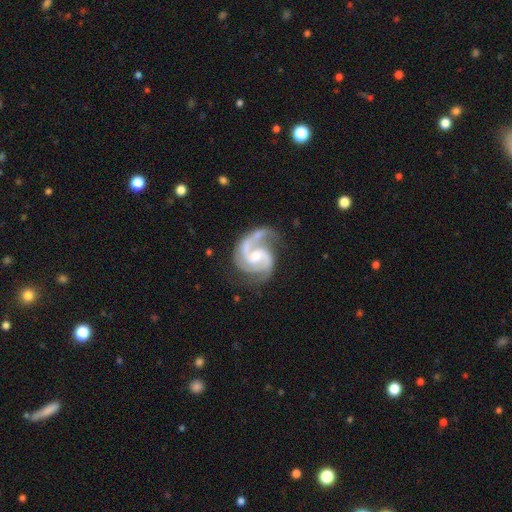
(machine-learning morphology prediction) A featured or disk galaxy (93%) with a weak bar (47%), 2 (65%) medium (56%) spiral arms (98%) and a moderate central bulge (52%). Merging: none (62%).